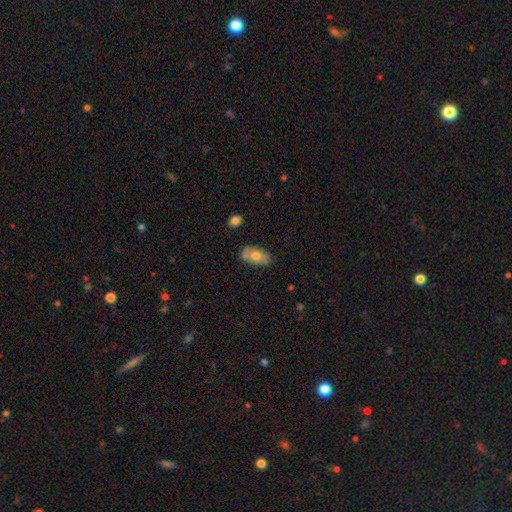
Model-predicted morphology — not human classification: Smooth or featured?
  - smooth: 64% *
  - featured or disk: 29%
  - star or artifact: 7%
How rounded?
  - in between: 91% *
  - round: 6%
  - cigar-shaped: 3%
Merging?
  - none: 70% *
  - minor disturbance: 21%
  - major disturbance: 5%
  - merger: 4%